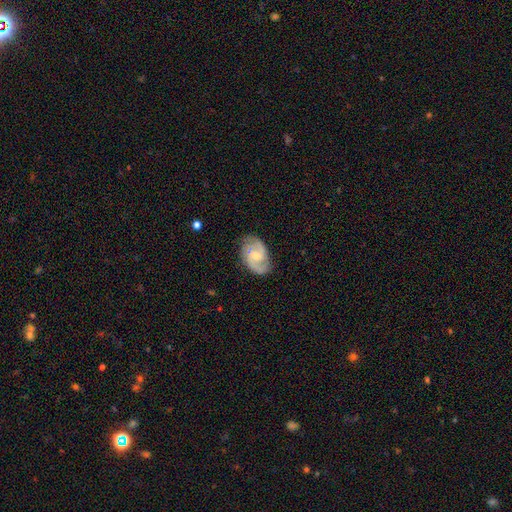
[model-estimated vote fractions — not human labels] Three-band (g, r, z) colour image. It shows a featured or disk galaxy (80%) with a weak bar (46%, tied with no), 2 (83%) medium (53%) spiral arms (96%) and a small central bulge (52%). Merging: none (76%).